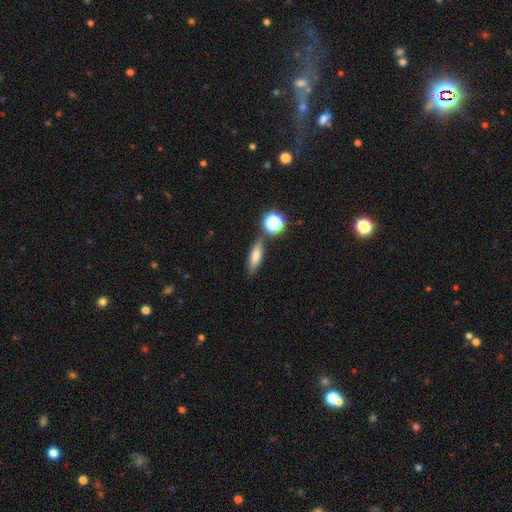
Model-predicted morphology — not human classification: Q: Smooth or featured?
A: smooth (72%); runner-up: featured or disk (16%)
Q: How rounded?
A: in between (46%); tied with: cigar-shaped (46%)
Q: Merging?
A: none (76%); runner-up: minor disturbance (12%)